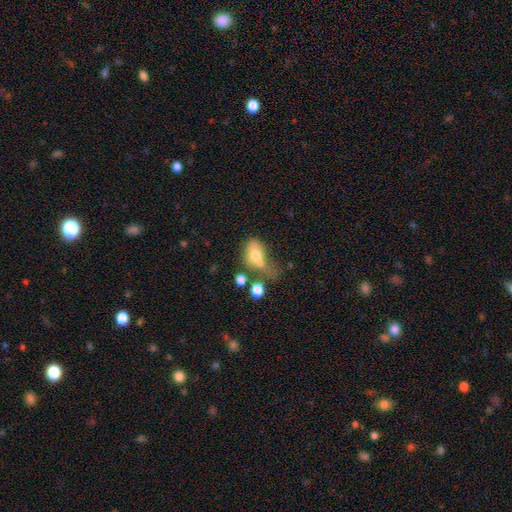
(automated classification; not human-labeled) smooth_or_featured: smooth (p=0.67) [alt: featured or disk p=0.22]
how_rounded: in between (p=0.64) [alt: round p=0.34]
merging: merger (p=0.45) [alt: major disturbance p=0.24]